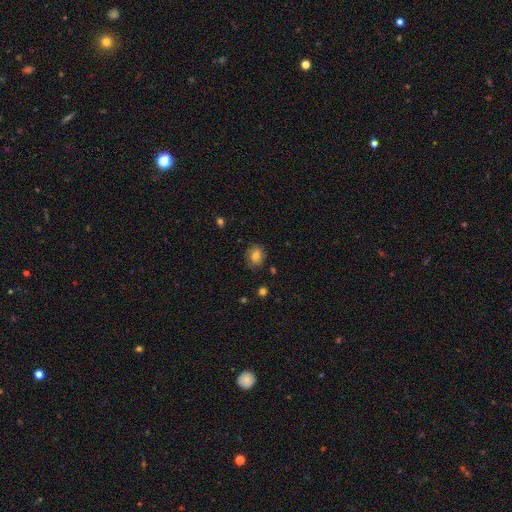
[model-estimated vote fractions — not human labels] Smooth or featured? Predicted: smooth (p=0.77). How rounded? Predicted: round (p=0.58). Merging? Predicted: none (p=0.79).